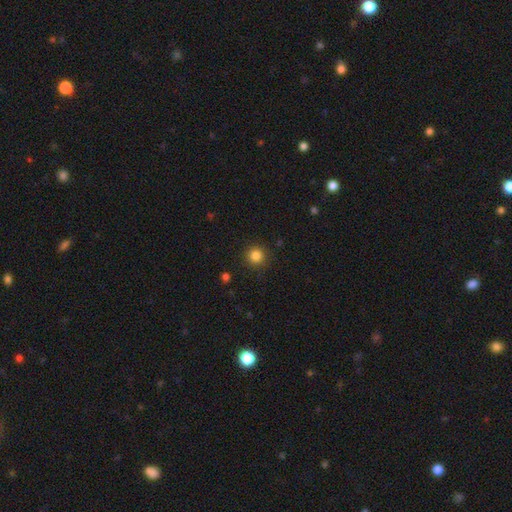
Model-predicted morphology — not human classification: smooth_or_featured: smooth (p=0.84) [alt: star or artifact p=0.12]
how_rounded: round (p=0.95) [alt: in between p=0.04]
merging: none (p=0.91) [alt: minor disturbance p=0.06]